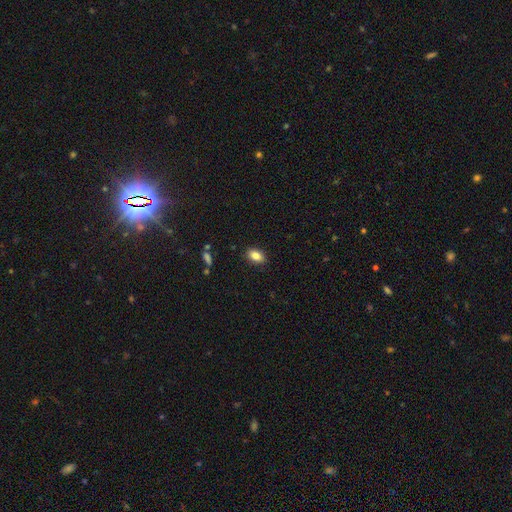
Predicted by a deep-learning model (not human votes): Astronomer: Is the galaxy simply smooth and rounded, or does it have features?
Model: smooth — 84%.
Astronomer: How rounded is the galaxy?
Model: in between — 88%.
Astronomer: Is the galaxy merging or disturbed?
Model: none — 88%.